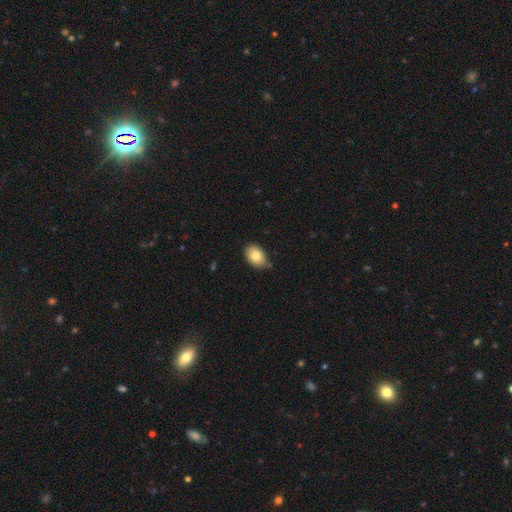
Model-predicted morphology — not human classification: Smooth or featured? Predicted: smooth (p=0.81). How rounded? Predicted: in between (p=0.81). Merging? Predicted: none (p=0.76).